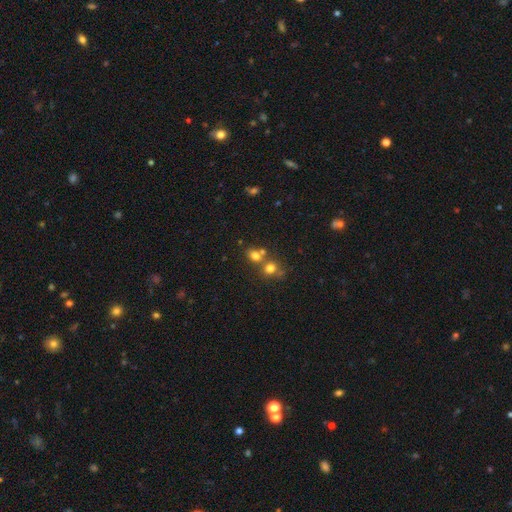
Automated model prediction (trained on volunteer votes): smooth-or-featured: smooth: 73% | star or artifact: 16% | featured or disk: 10%
  how-rounded: round: 68% | in between: 30% | cigar-shaped: 1%
  merging: none: 46% | merger: 43% | minor disturbance: 8% | major disturbance: 4%